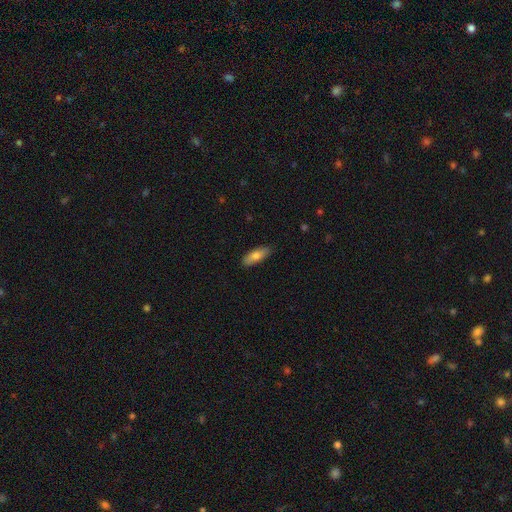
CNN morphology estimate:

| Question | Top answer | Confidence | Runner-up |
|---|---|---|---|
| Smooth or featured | smooth | 77% | featured or disk (17%) |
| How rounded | in between | 60% | cigar-shaped (38%) |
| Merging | none | 87% | minor disturbance (10%) |